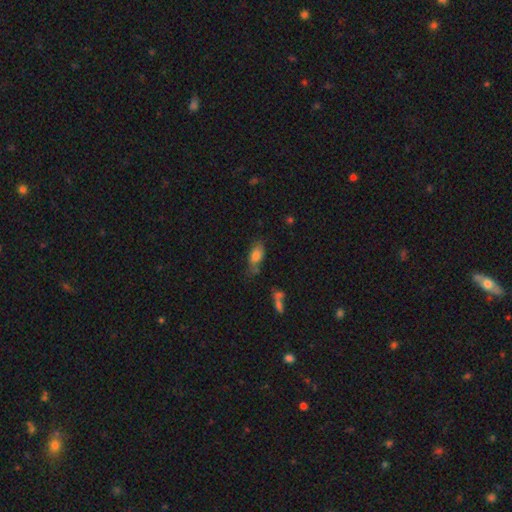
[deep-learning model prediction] smooth-or-featured: smooth: 77% | featured or disk: 14% | star or artifact: 9%
  how-rounded: in between: 84% | cigar-shaped: 10% | round: 5%
  merging: none: 53% | minor disturbance: 27% | major disturbance: 10% | merger: 10%